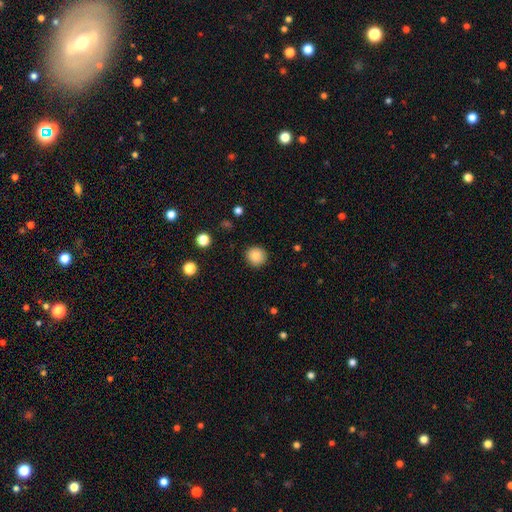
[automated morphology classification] The model was most divided on "smooth or featured": smooth: 86%, star or artifact: 9%, featured or disk: 5%. More confident: how rounded — round (92%); merging — none (91%).